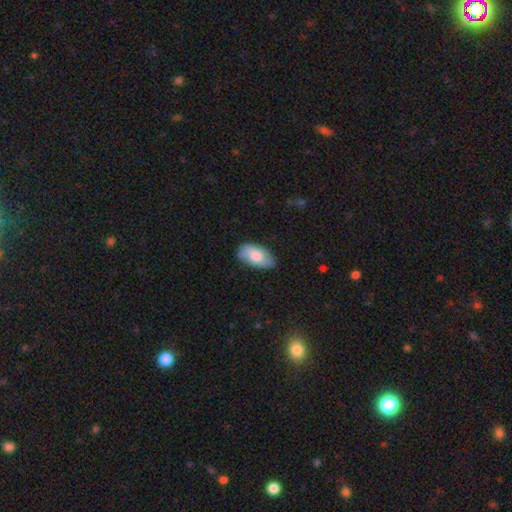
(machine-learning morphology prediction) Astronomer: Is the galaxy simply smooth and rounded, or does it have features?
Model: smooth — 68%.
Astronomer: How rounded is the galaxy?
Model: in between — 94%.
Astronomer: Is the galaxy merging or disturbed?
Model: none — 78%.